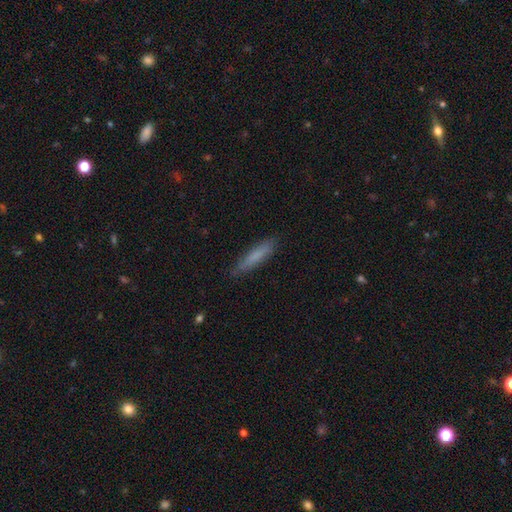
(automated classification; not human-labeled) Morphology: type=smooth (74%); roundness=cigar-shaped (87%); merging=none (84%).